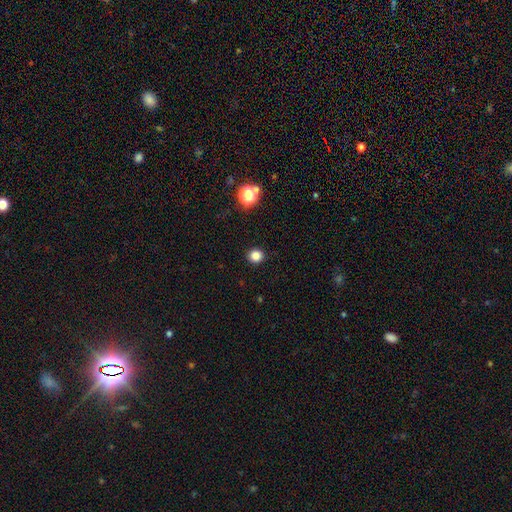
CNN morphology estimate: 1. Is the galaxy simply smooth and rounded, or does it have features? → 84% smooth, 13% star or artifact, 3% featured or disk.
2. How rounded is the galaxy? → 89% round, 10% in between, 1% cigar-shaped.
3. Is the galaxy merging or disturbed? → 92% none, 5% minor disturbance, 2% major disturbance, 1% merger.